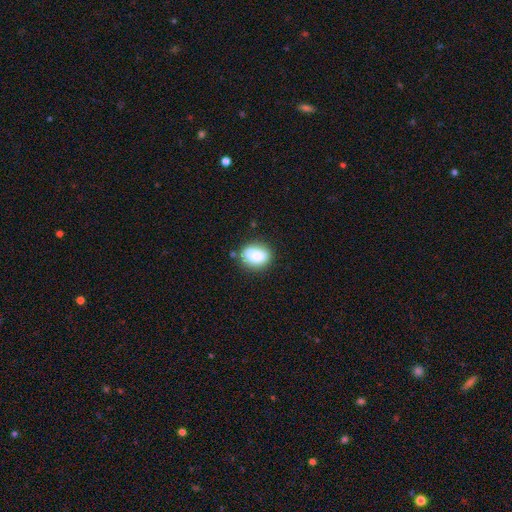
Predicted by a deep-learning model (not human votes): smooth 82%, featured or disk 10%, star or artifact 9%. Down the decision tree: how rounded — in between (59%); merging — none (71%).